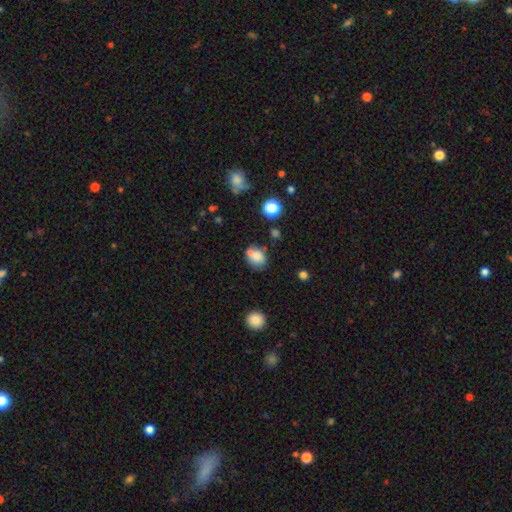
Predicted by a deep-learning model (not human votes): smooth 76%, featured or disk 13%, star or artifact 12%. Down the decision tree: how rounded — round (56%); merging — none (50%).